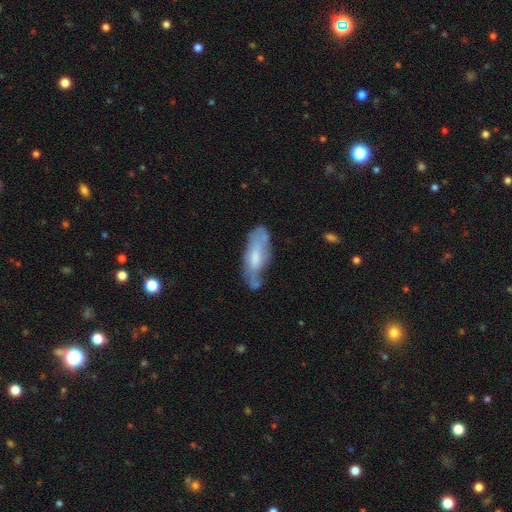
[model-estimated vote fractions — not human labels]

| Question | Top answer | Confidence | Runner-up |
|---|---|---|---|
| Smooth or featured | smooth | 53% | featured or disk (40%) |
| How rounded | in between | 65% | cigar-shaped (33%) |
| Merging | none | 47% | minor disturbance (32%) |